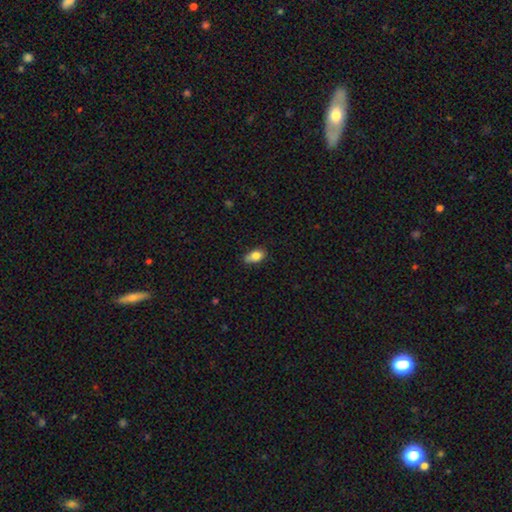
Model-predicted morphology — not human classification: A smooth galaxy with no disk features (82%) that is in between round and cigar-shaped (87%). Merging: none (66%).